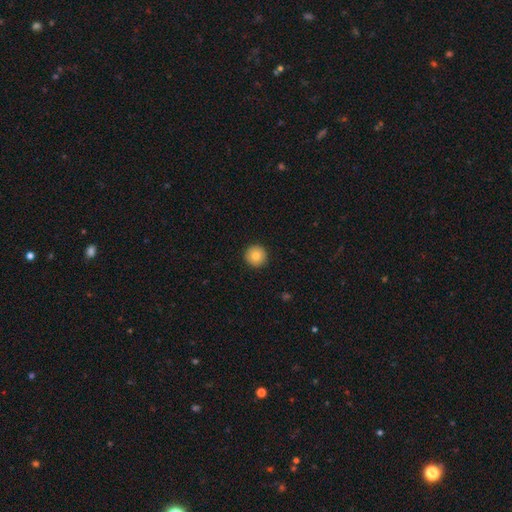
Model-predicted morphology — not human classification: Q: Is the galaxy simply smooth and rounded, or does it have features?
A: smooth — 80%.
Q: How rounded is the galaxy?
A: round — 96%.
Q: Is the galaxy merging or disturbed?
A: none — 93%.